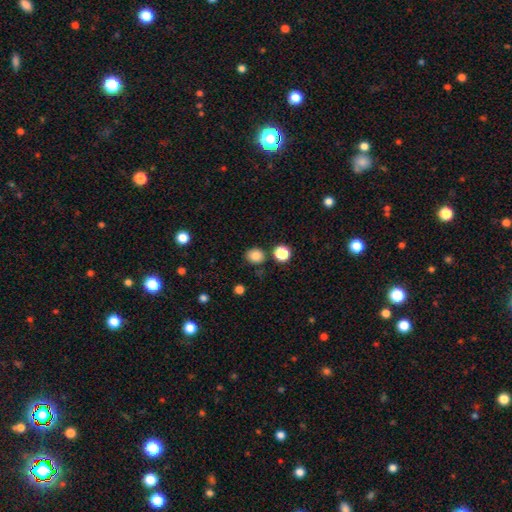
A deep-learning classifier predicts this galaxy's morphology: A smooth galaxy with no disk features (83%) that is round (75%).

Vote fractions:
- Smooth or featured? smooth: 83% / star or artifact: 12% / featured or disk: 5%
- How rounded? round: 75% / in between: 24% / cigar-shaped: 1%
- Merging? none: 82% / minor disturbance: 10% / merger: 6% / major disturbance: 3%